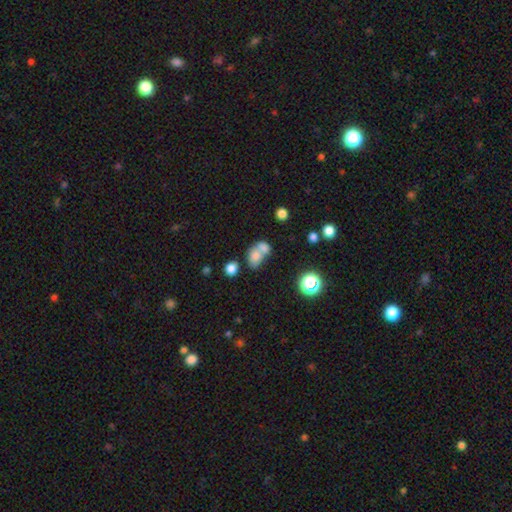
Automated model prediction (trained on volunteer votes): This appears to be a smooth galaxy with no disk features (72%) that is in between round and cigar-shaped (58%). Merging: merger (65%).